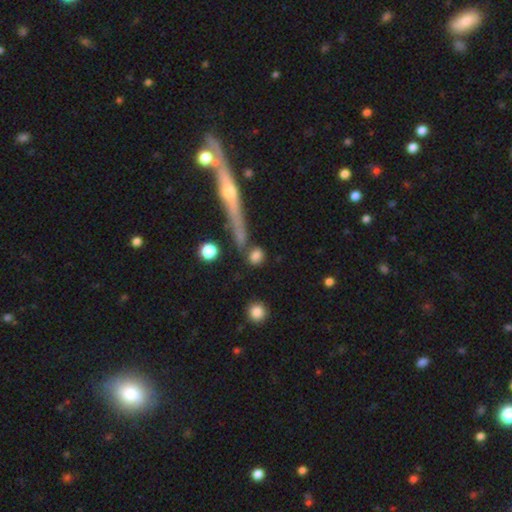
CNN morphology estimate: Smooth or featured? Predicted: smooth (p=0.80). How rounded? Predicted: round (p=0.68). Merging? Predicted: none (p=0.75).